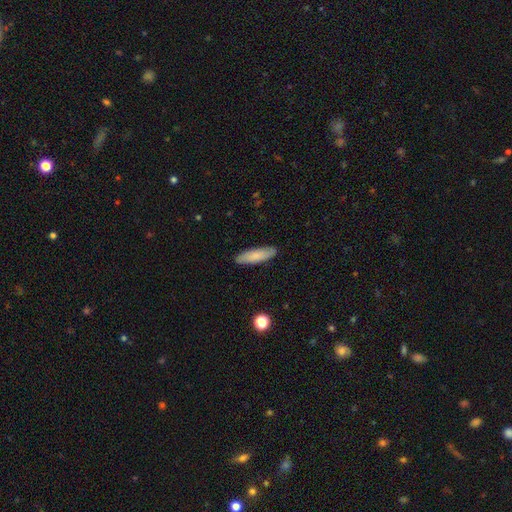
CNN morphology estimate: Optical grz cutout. It shows a smooth galaxy with no disk features (75%) that is cigar-shaped (61%). Merging: none (87%).